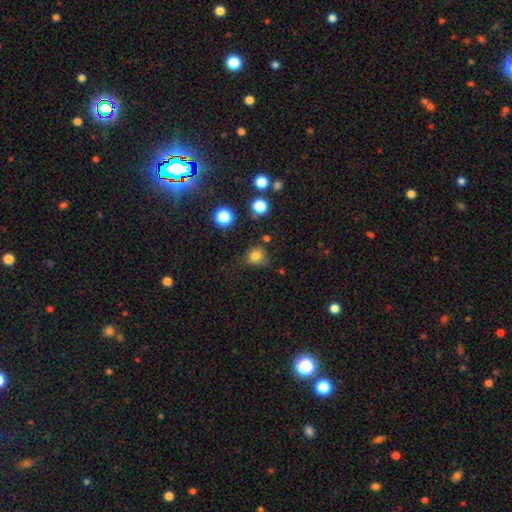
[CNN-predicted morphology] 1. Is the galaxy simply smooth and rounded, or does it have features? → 79% smooth, 15% star or artifact, 7% featured or disk.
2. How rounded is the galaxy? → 74% round, 25% in between, 1% cigar-shaped.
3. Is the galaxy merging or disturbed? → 63% none, 25% minor disturbance, 8% major disturbance, 4% merger.